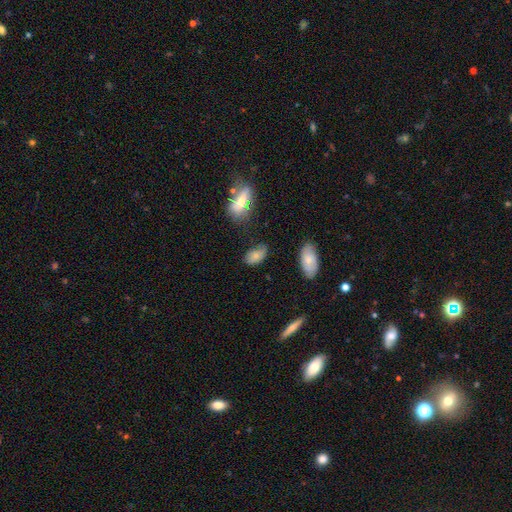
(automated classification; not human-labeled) Smooth or featured? smooth (72%)
How rounded? in between (91%)
Merging? none (59%)